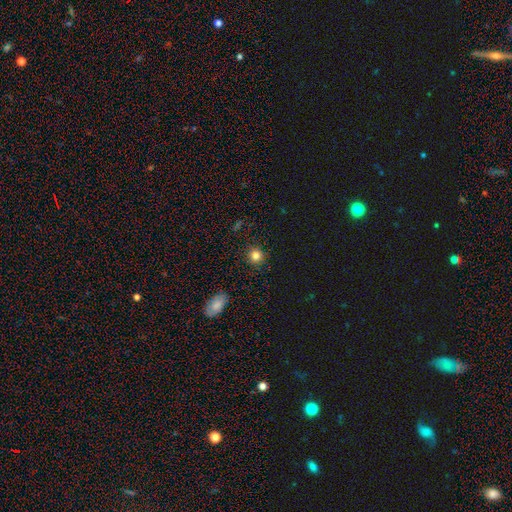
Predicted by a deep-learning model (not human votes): The model was most divided on "smooth or featured": smooth: 82%, star or artifact: 13%, featured or disk: 5%. More confident: how rounded — round (91%); merging — none (91%).